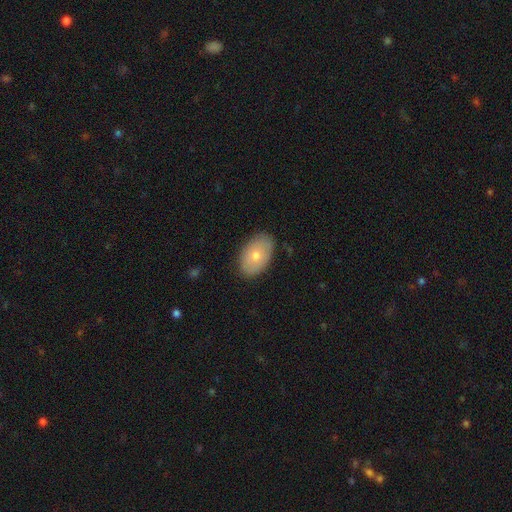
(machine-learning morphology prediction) The model was most divided on "smooth or featured": smooth: 72%, featured or disk: 22%, star or artifact: 6%. More confident: how rounded — in between (92%); merging — none (84%).